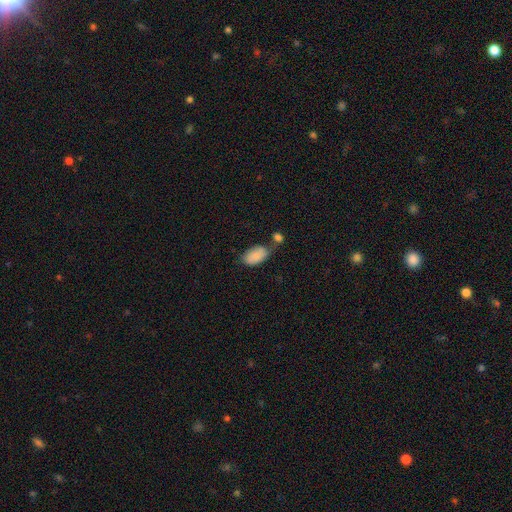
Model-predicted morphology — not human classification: smooth 86%, featured or disk 8%, star or artifact 7%. Down the decision tree: how rounded — in between (94%); merging — none (46%).